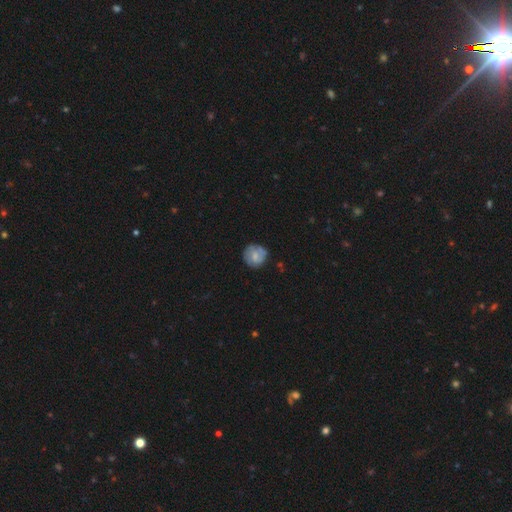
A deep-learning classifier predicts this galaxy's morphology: This is possibly a smooth galaxy (55%). How rounded: clearly round (88%). Merging: likely none (72%).